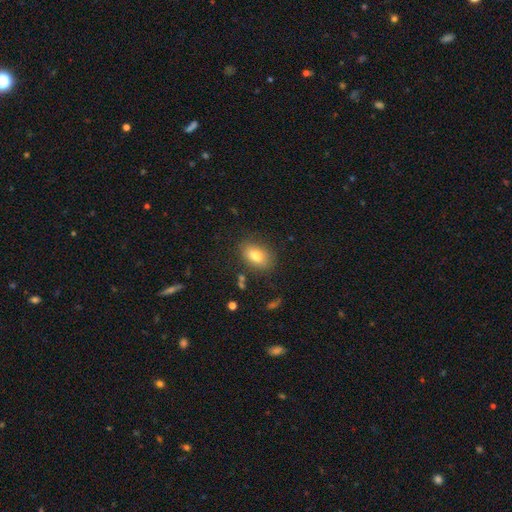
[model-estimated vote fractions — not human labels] smooth 79%, featured or disk 12%, star or artifact 9%. Down the decision tree: how rounded — in between (85%); merging — none (81%).